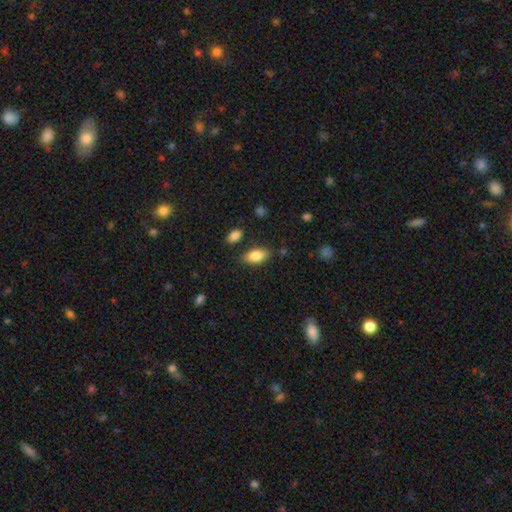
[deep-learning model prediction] This is clearly a smooth galaxy (84%). How rounded: clearly in between (89%). Merging: clearly none (80%).